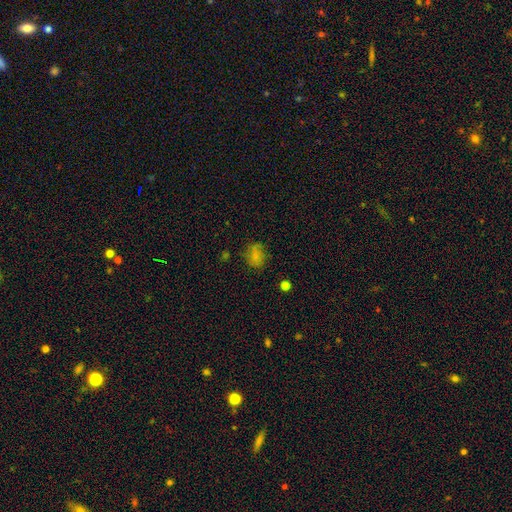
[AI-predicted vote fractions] smooth-or-featured: smooth: 75% | star or artifact: 13% | featured or disk: 12%
  how-rounded: in between: 54% | round: 44% | cigar-shaped: 1%
  merging: none: 69% | minor disturbance: 22% | major disturbance: 7% | merger: 2%